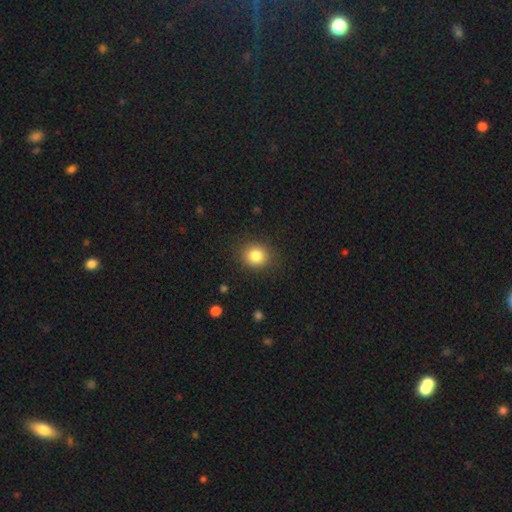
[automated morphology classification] smooth_or_featured: smooth (p=0.83) [alt: star or artifact p=0.11]
how_rounded: round (p=0.81) [alt: in between p=0.18]
merging: none (p=0.88) [alt: minor disturbance p=0.08]